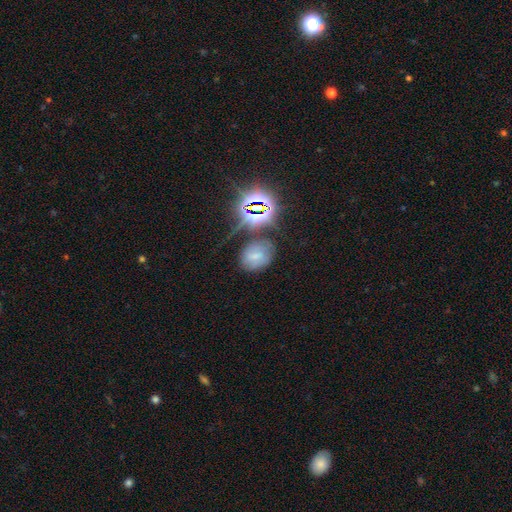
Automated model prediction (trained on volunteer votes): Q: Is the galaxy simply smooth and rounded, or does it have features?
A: smooth — 45%.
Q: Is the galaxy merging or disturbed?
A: none — 64%.